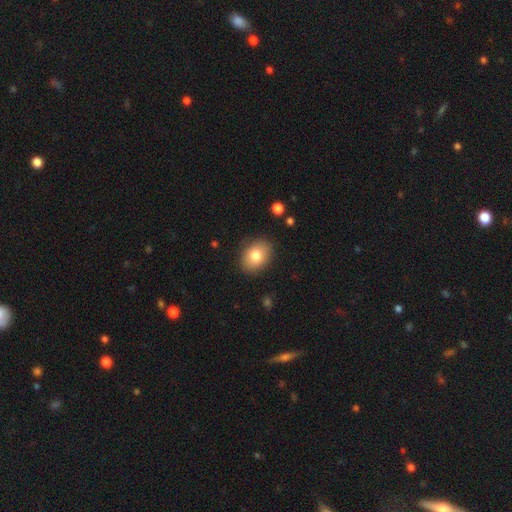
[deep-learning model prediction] Morphology: type=smooth (80%); roundness=in between (67%); merging=none (87%).